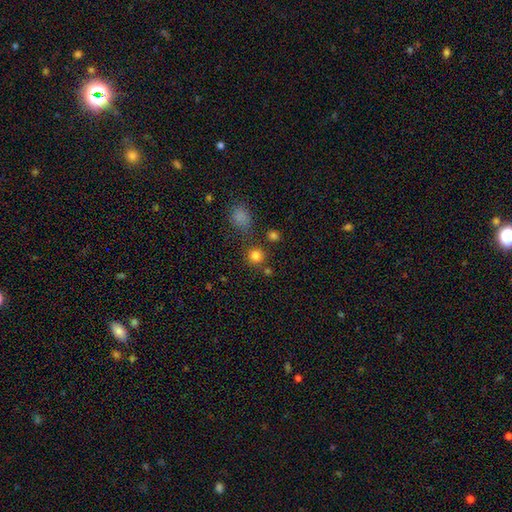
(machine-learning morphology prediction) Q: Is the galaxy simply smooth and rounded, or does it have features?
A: smooth — 79%.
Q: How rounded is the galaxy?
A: round — 92%.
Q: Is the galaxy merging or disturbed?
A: none — 76%.